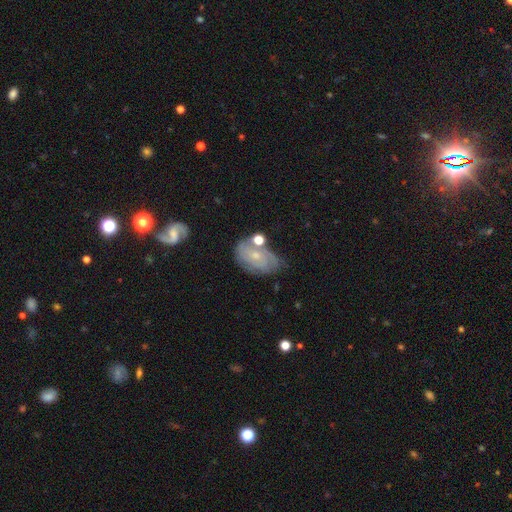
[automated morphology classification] Smooth or featured: featured or disk — 64% (smooth — 28%)
Edge-on disk: no — 95% (yes — 5%)
Bar: no — 70% (weak — 26%)
Spiral arms: yes — 83% (no — 17%)
Spiral winding: tight — 54% (medium — 33%)
Spiral arm count: can't tell — 43% (2 — 32%)
Bulge size: small — 69% (moderate — 24%)
Merging: none — 54% (minor disturbance — 24%)